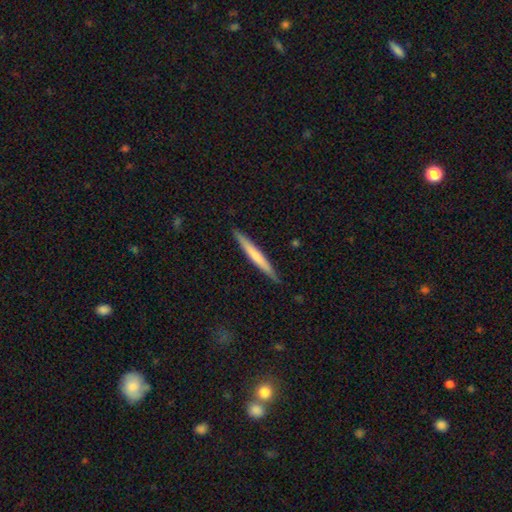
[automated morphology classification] Smooth or featured? smooth (59%)
How rounded? cigar-shaped (96%)
Merging? none (89%)